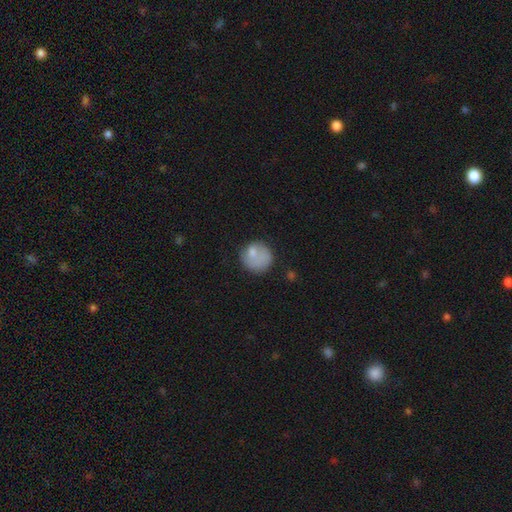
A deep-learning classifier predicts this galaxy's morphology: Smooth or featured?
  - smooth: 73% *
  - featured or disk: 18%
  - star or artifact: 9%
How rounded?
  - round: 86% *
  - in between: 13%
  - cigar-shaped: 1%
Merging?
  - none: 58% *
  - minor disturbance: 22%
  - major disturbance: 13%
  - merger: 7%